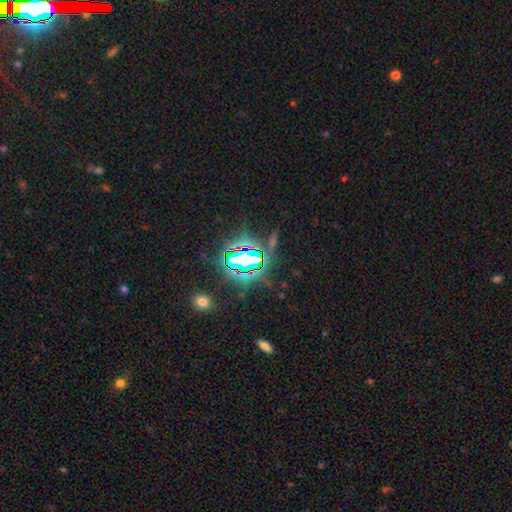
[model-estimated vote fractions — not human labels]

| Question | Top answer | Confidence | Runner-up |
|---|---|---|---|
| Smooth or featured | star or artifact | 81% | smooth (10%) |